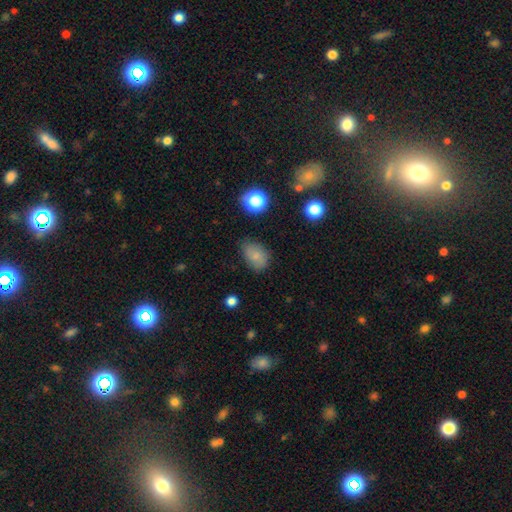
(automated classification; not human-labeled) Smooth or featured? smooth (77%)
How rounded? in between (80%)
Merging? none (70%)